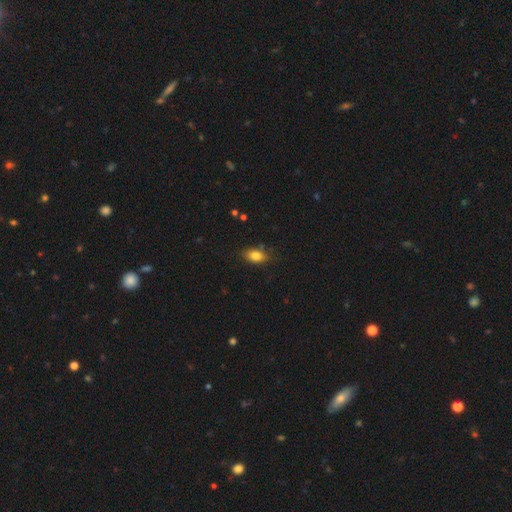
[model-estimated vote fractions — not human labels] smooth-or-featured: smooth: 82% | star or artifact: 9% | featured or disk: 9%
  how-rounded: in between: 86% | round: 11% | cigar-shaped: 3%
  merging: none: 81% | minor disturbance: 14% | major disturbance: 3% | merger: 2%